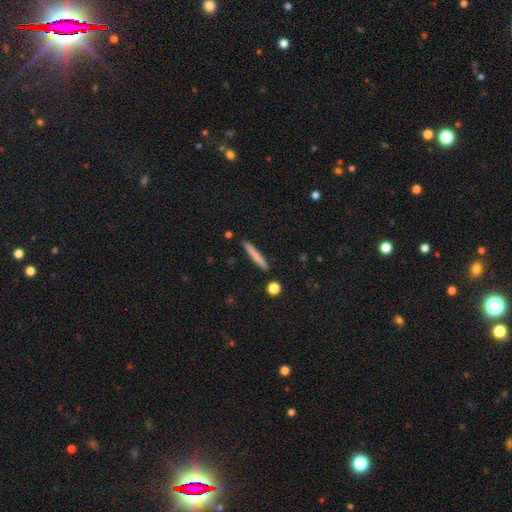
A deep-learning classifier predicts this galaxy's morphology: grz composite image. It shows a smooth galaxy with no disk features (74%) that is cigar-shaped (96%). Merging: none (90%).